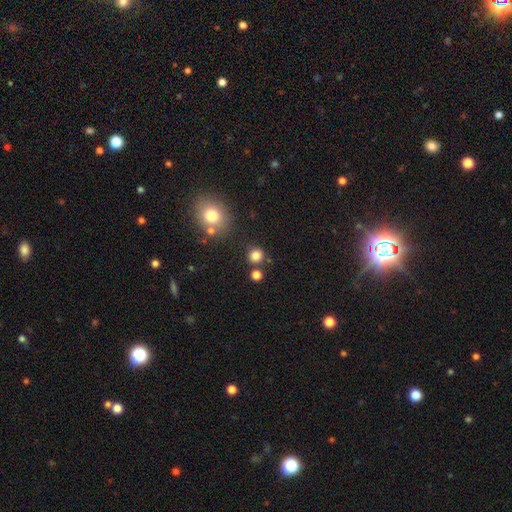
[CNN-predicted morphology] smooth-or-featured: smooth: 82% | star or artifact: 13% | featured or disk: 5%
  how-rounded: round: 90% | in between: 9% | cigar-shaped: 1%
  merging: none: 81% | merger: 8% | minor disturbance: 8% | major disturbance: 3%